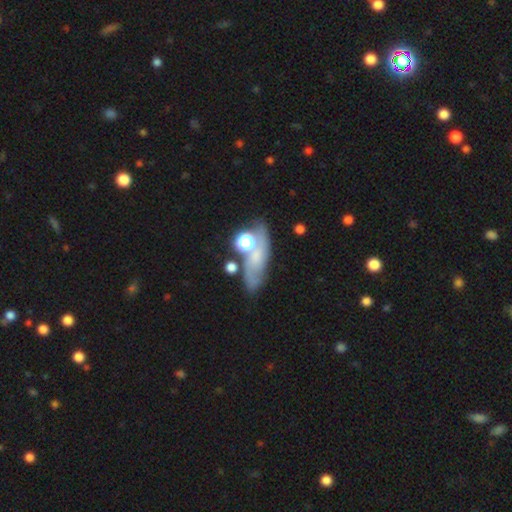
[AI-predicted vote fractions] smooth_or_featured: featured or disk (p=0.44) [alt: smooth p=0.40]
merging: none (p=0.55) [alt: minor disturbance p=0.20]